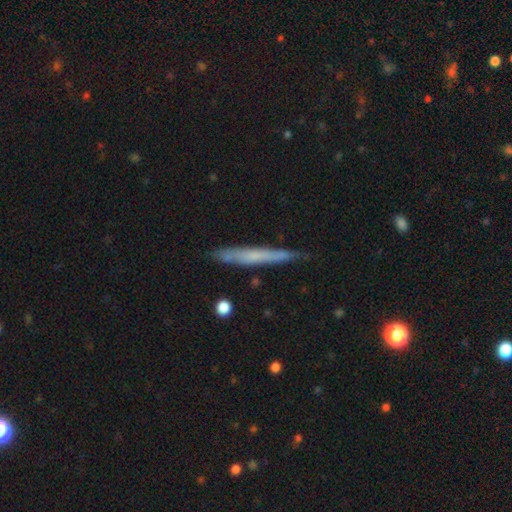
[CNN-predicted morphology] smooth_or_featured: smooth (p=0.50) [alt: featured or disk p=0.44]
how_rounded: cigar-shaped (p=0.96) [alt: in between p=0.02]
merging: none (p=0.81) [alt: minor disturbance p=0.15]